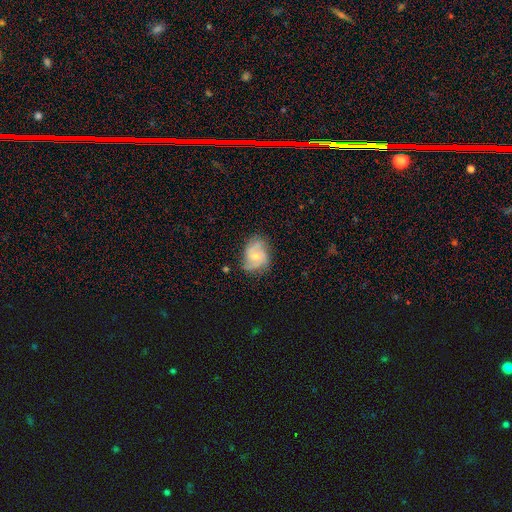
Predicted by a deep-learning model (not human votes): Q: Smooth or featured?
A: featured or disk (76%); runner-up: smooth (18%)
Q: Edge-on disk?
A: no (98%); runner-up: yes (2%)
Q: Bar?
A: no (57%); runner-up: weak (37%)
Q: Spiral arms?
A: yes (94%); runner-up: no (6%)
Q: Spiral winding?
A: medium (50%); runner-up: tight (27%)
Q: Spiral arm count?
A: 2 (56%); runner-up: 3 (23%)
Q: Bulge size?
A: small (56%); runner-up: moderate (38%)
Q: Merging?
A: none (65%); runner-up: minor disturbance (24%)